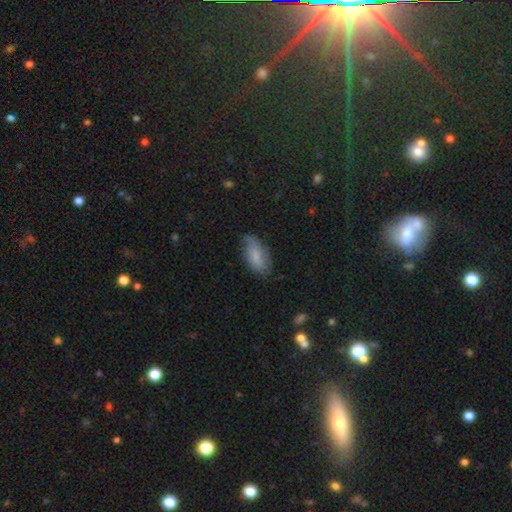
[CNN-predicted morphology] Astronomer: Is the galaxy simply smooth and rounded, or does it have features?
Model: smooth — 73%.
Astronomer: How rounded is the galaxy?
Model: in between — 91%.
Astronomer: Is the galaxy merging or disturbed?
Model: none — 66%.